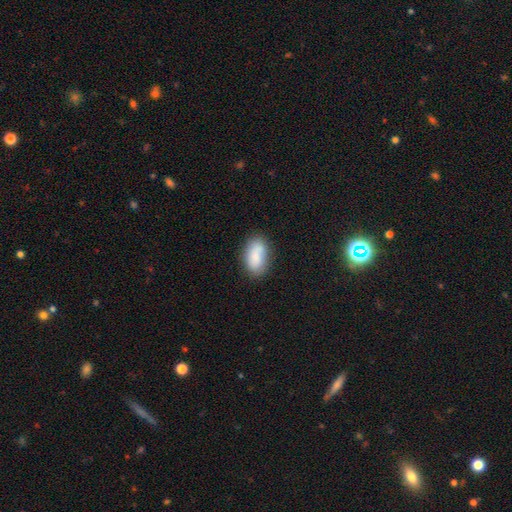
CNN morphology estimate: Smooth or featured? Predicted: smooth (p=0.84). How rounded? Predicted: in between (p=0.92). Merging? Predicted: none (p=0.73).